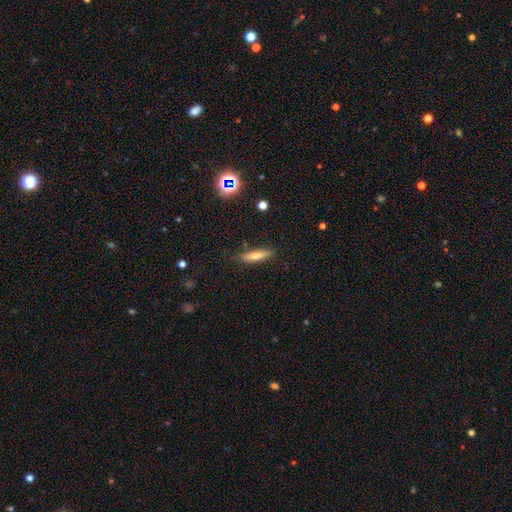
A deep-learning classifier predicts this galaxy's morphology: The model was most divided on "smooth or featured": smooth: 56%, featured or disk: 32%, star or artifact: 12%. More confident: merging — none (85%); how rounded — cigar-shaped (77%).